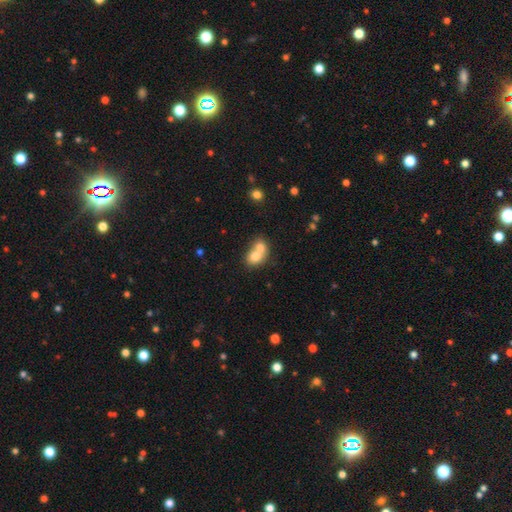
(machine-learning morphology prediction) Smooth or featured: smooth — 74% (featured or disk — 17%)
How rounded: round — 51% (in between — 48%)
Merging: merger — 71% (none — 20%)